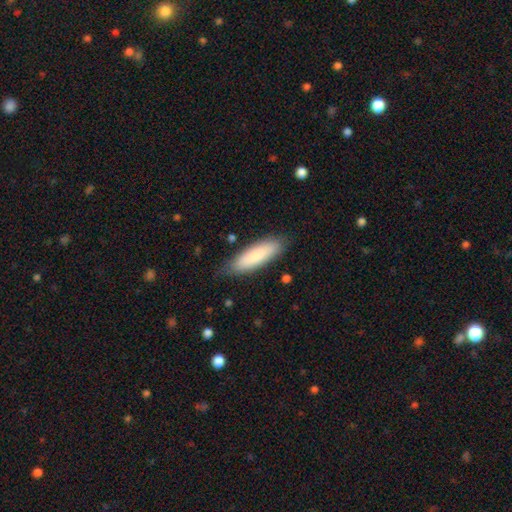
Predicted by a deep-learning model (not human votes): A smooth galaxy with no disk features (84%) that is cigar-shaped (54%).

Vote fractions:
- Smooth or featured? smooth: 84% / featured or disk: 10% / star or artifact: 6%
- How rounded? cigar-shaped: 54% / in between: 45% / round: 1%
- Merging? none: 81% / minor disturbance: 15% / major disturbance: 3% / merger: 1%